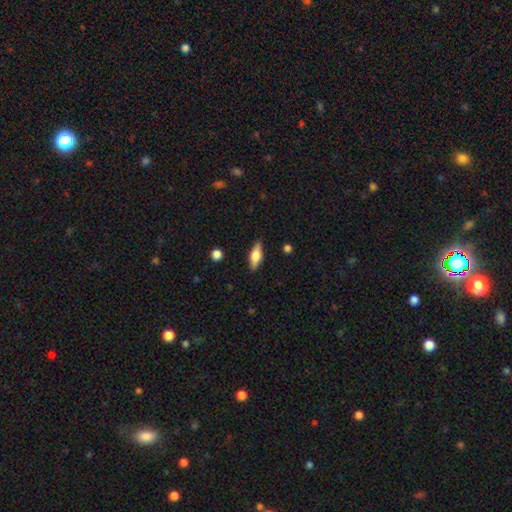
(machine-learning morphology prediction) Smooth or featured?
  - smooth: 60% *
  - featured or disk: 33%
  - star or artifact: 7%
How rounded?
  - in between: 66% *
  - cigar-shaped: 31%
  - round: 3%
Merging?
  - none: 87% *
  - minor disturbance: 10%
  - major disturbance: 2%
  - merger: 1%